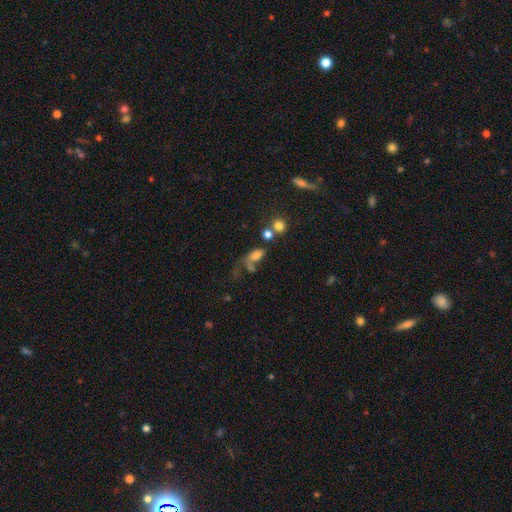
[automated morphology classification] A smooth galaxy with no disk features (59%) that is in between round and cigar-shaped (76%).

Vote fractions:
- Smooth or featured? smooth: 59% / featured or disk: 25% / star or artifact: 16%
- How rounded? in between: 76% / round: 16% / cigar-shaped: 8%
- Merging? major disturbance: 29% (tied) / merger: 29% (tied) / none: 27% / minor disturbance: 15%